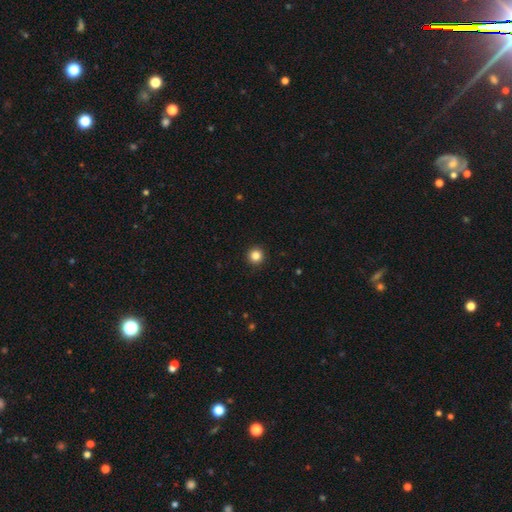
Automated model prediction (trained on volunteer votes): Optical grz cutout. It shows a smooth galaxy with no disk features (84%) that is round (96%). Merging: none (93%).